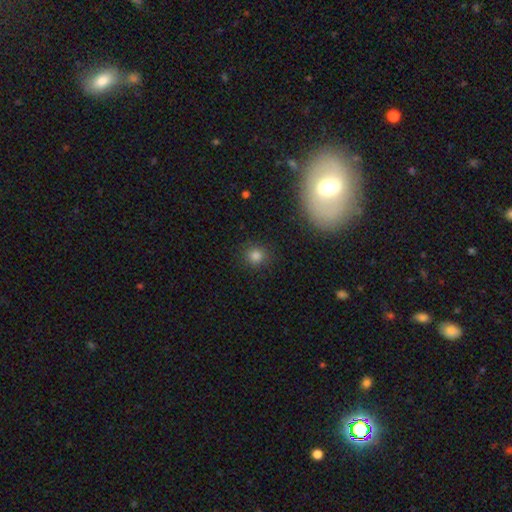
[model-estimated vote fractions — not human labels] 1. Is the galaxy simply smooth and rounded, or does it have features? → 81% smooth, 14% star or artifact, 5% featured or disk.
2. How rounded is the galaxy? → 91% round, 8% in between, 1% cigar-shaped.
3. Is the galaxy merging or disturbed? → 89% none, 7% minor disturbance, 2% major disturbance, 2% merger.